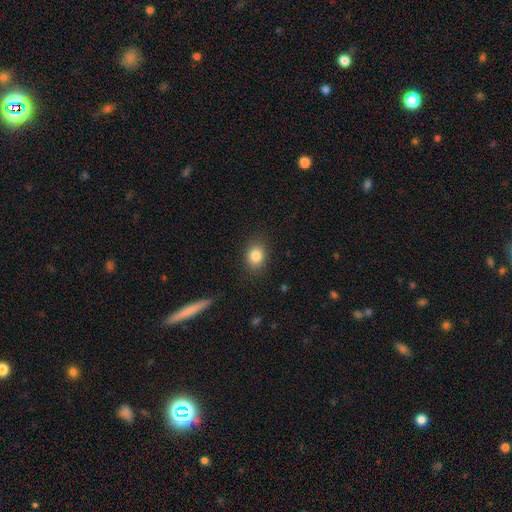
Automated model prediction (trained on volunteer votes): smooth_or_featured: smooth (p=0.83) [alt: star or artifact p=0.10]
how_rounded: round (p=0.52) [alt: in between p=0.47]
merging: none (p=0.86) [alt: minor disturbance p=0.10]